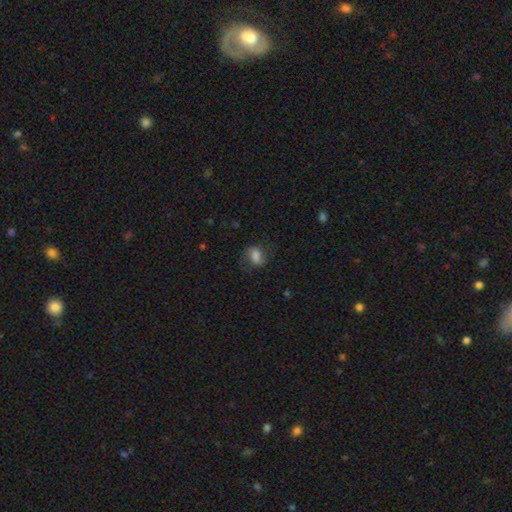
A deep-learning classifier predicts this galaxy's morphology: smooth-or-featured: smooth: 70% | featured or disk: 20% | star or artifact: 10%
  how-rounded: in between: 67% | round: 31% | cigar-shaped: 3%
  merging: none: 69% | minor disturbance: 21% | major disturbance: 10% | merger: 1%